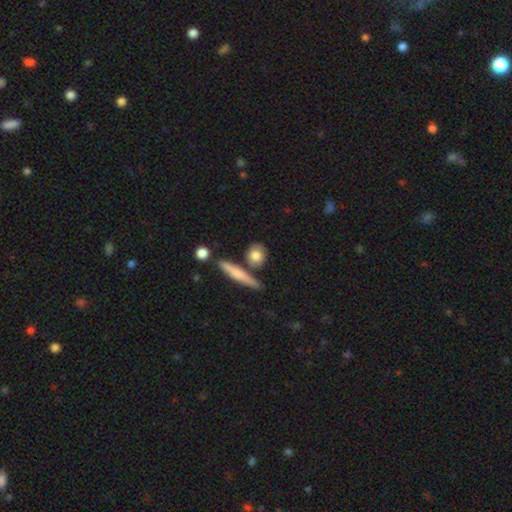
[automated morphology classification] Smooth or featured?
  - smooth: 77% *
  - featured or disk: 16%
  - star or artifact: 7%
How rounded?
  - round: 61% *
  - in between: 24%
  - cigar-shaped: 15%
Merging?
  - none: 73% *
  - minor disturbance: 12%
  - merger: 11%
  - major disturbance: 3%